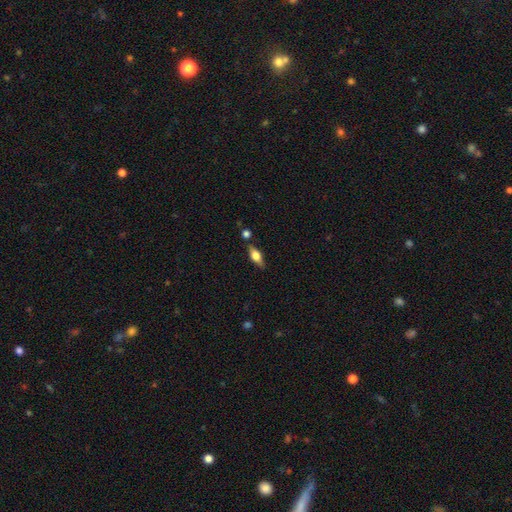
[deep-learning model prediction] smooth_or_featured: smooth (p=0.55) [alt: featured or disk p=0.37]
how_rounded: in between (p=0.70) [alt: cigar-shaped p=0.25]
merging: none (p=0.76) [alt: minor disturbance p=0.14]